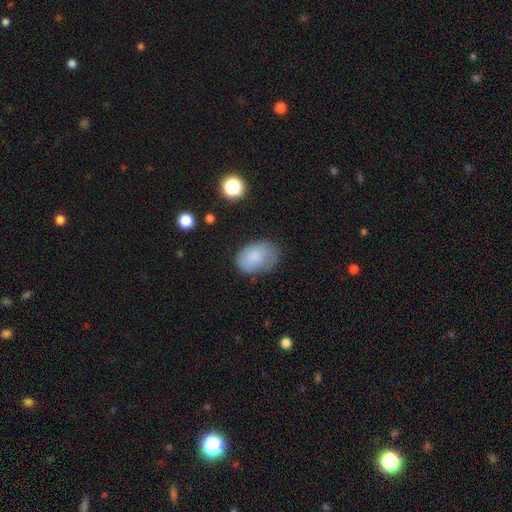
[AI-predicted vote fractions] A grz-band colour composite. It shows a smooth galaxy with no disk features (82%) that is in between round and cigar-shaped (84%). Merging: none (59%).